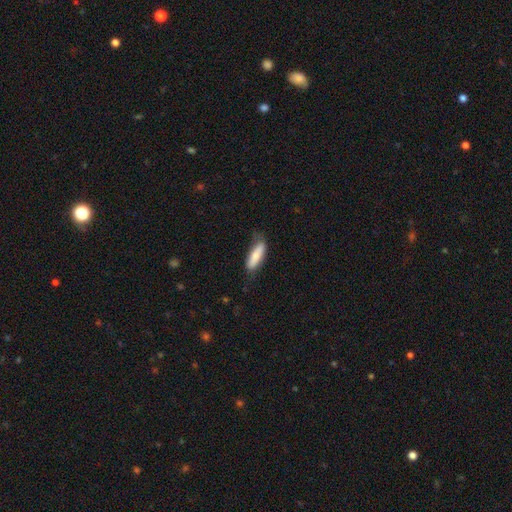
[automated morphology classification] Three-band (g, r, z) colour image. It shows a smooth galaxy with no disk features (75%) that is cigar-shaped (51%). Merging: none (67%).